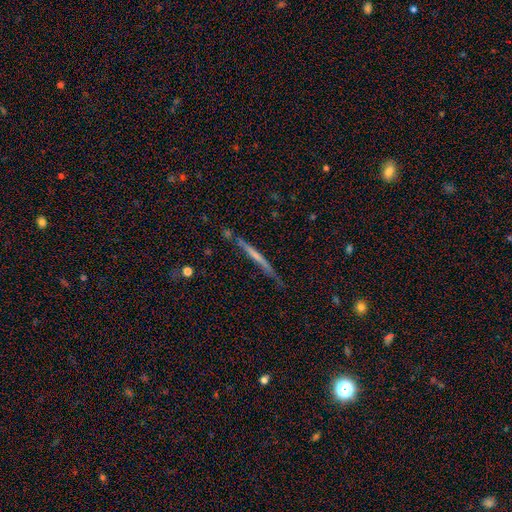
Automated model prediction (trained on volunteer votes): This is possibly a featured or disk galaxy (54%). It is clearly viewed edge-on (95%). Edge-on bulge: likely none (78%). Merging: likely none (77%).